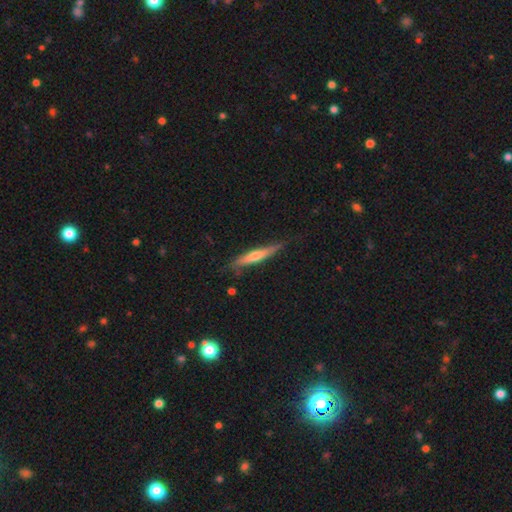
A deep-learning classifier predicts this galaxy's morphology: This appears to be a smooth galaxy with no disk features (51%) that is cigar-shaped (92%). Merging: none (76%).